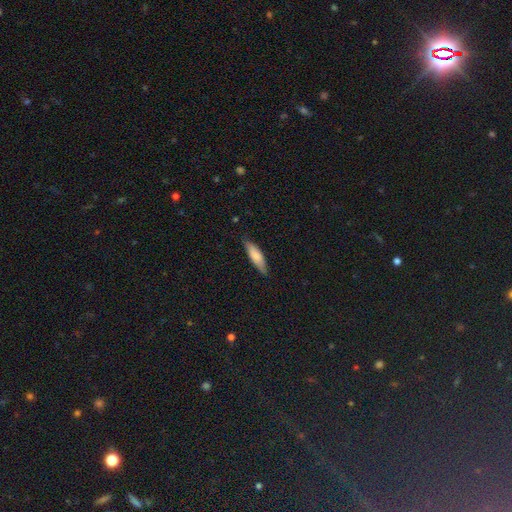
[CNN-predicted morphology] Smooth or featured? Predicted: smooth (p=0.76). How rounded? Predicted: cigar-shaped (p=0.57). Merging? Predicted: none (p=0.81).